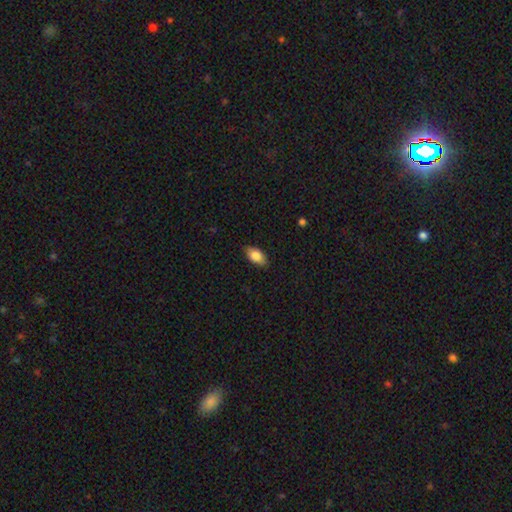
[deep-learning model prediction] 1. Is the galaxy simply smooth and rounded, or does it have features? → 83% smooth, 10% featured or disk, 7% star or artifact.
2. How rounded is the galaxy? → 91% in between, 5% round, 4% cigar-shaped.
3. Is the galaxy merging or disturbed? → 85% none, 11% minor disturbance, 2% major disturbance, 1% merger.